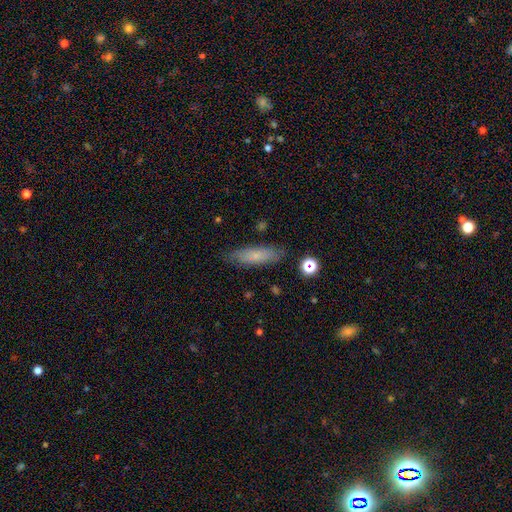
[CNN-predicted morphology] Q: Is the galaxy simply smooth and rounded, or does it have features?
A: smooth — 71%.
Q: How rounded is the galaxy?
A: cigar-shaped — 59%.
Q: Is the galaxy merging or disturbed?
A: none — 81%.